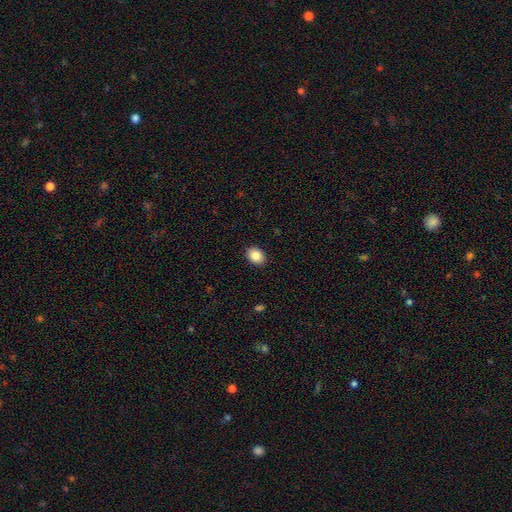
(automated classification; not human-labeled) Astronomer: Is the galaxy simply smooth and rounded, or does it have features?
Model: smooth — 85%.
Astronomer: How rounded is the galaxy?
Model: in between — 67%.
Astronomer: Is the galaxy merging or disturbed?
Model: none — 90%.